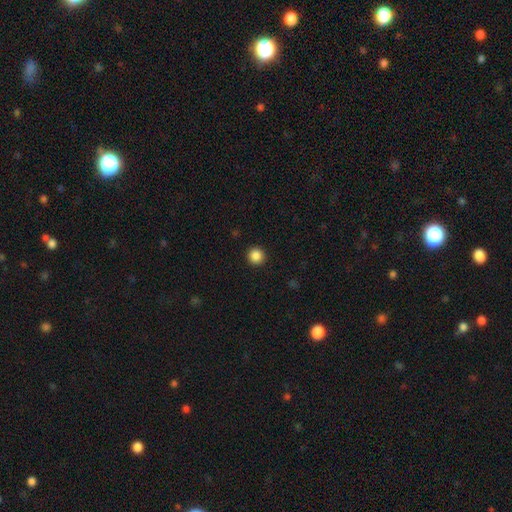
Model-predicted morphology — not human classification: Smooth or featured? smooth (87%)
How rounded? round (95%)
Merging? none (93%)